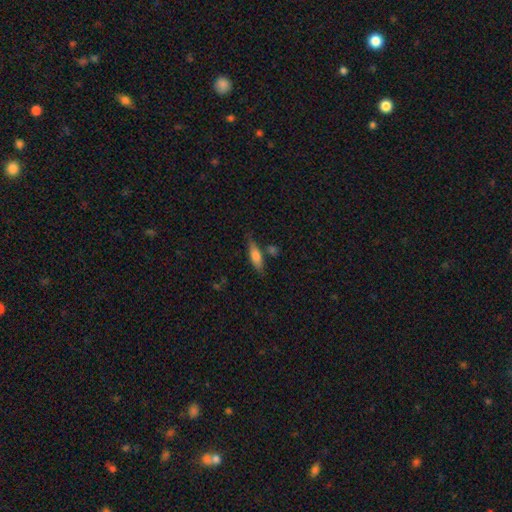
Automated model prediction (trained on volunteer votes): Q: Smooth or featured?
A: smooth (70%); runner-up: featured or disk (23%)
Q: How rounded?
A: cigar-shaped (54%); runner-up: in between (44%)
Q: Merging?
A: none (69%); runner-up: minor disturbance (17%)